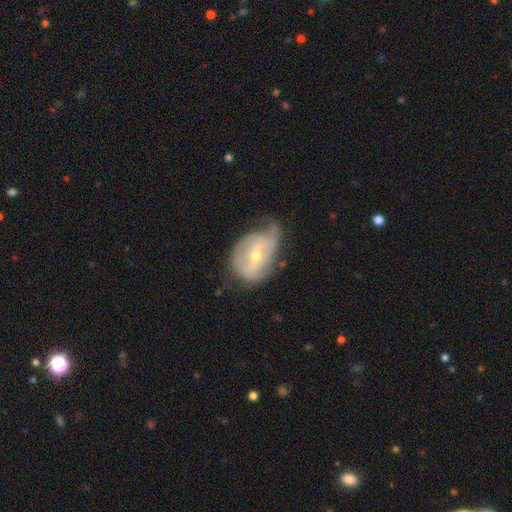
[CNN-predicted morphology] Smooth or featured? featured or disk (73%)
Edge-on disk? no (95%)
Bar? weak (43%)
Spiral arms? yes (79%)
Spiral winding? tight (43%)
Spiral arm count? 2 (37%)
Bulge size? moderate (49%)
Merging? none (39%)